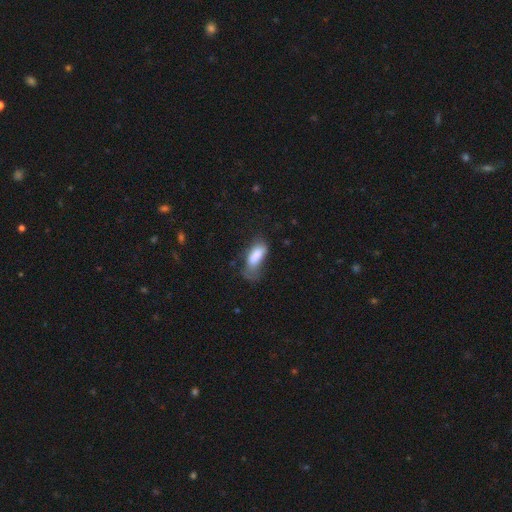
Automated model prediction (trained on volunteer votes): Morphology: type=smooth (78%); roundness=in between (80%); merging=major disturbance (34%).